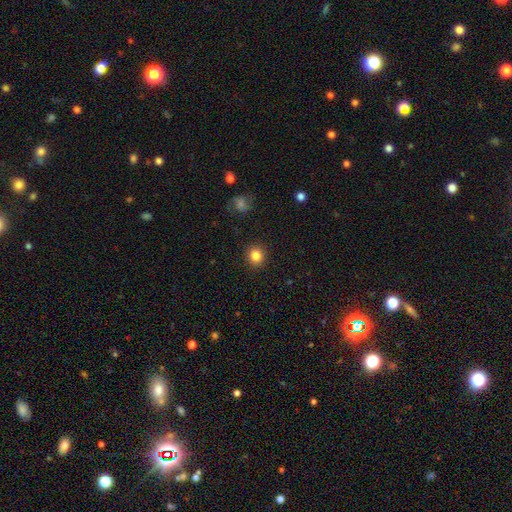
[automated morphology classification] This appears to be a smooth galaxy with no disk features (84%) that is round (85%). Merging: none (91%).